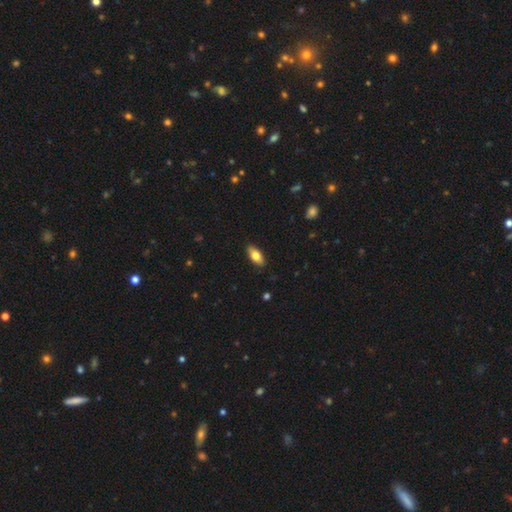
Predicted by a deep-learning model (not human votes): Morphology: type=smooth (76%); roundness=in between (87%); merging=none (88%).